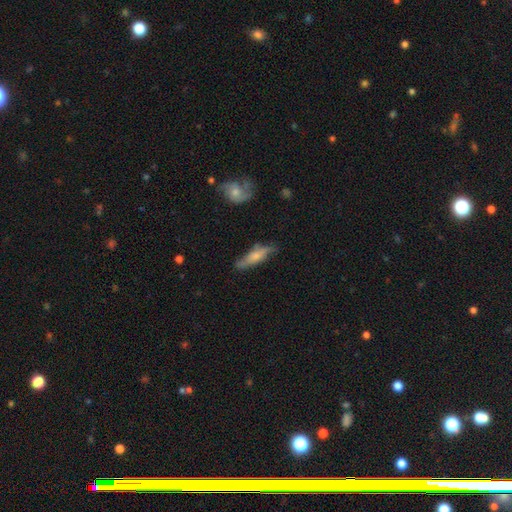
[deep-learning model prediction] smooth 52%, featured or disk 42%, star or artifact 6%. Down the decision tree: how rounded — cigar-shaped (70%); merging — none (69%).